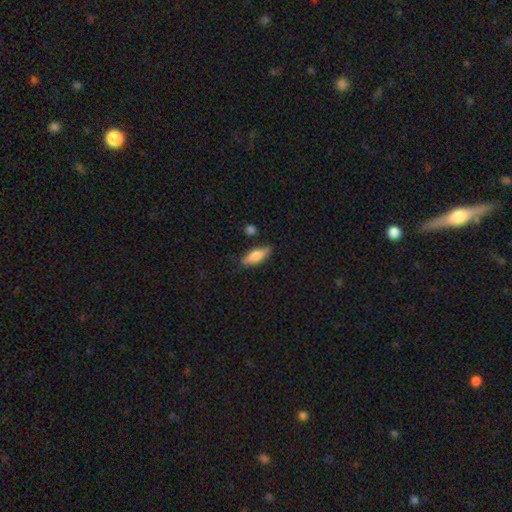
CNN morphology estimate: type=smooth (68%); roundness=in between (55%); merging=none (81%).